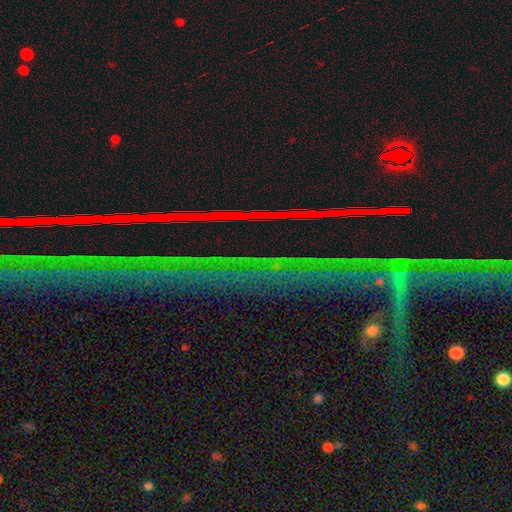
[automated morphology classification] A star or artifact, not a galaxy (82%).

Vote fractions:
- Smooth or featured? star or artifact: 82% / featured or disk: 10% / smooth: 8%